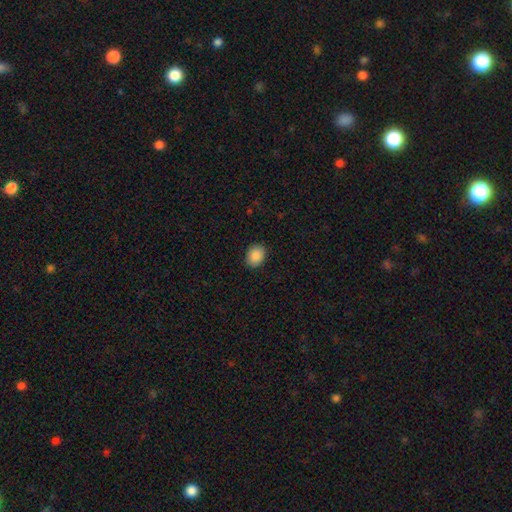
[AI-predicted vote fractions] Smooth or featured?
  - smooth: 89% *
  - star or artifact: 8%
  - featured or disk: 3%
How rounded?
  - round: 50% *
  - in between: 49%
  - cigar-shaped: 1%
Merging?
  - none: 89% *
  - minor disturbance: 8%
  - major disturbance: 2%
  - merger: 1%